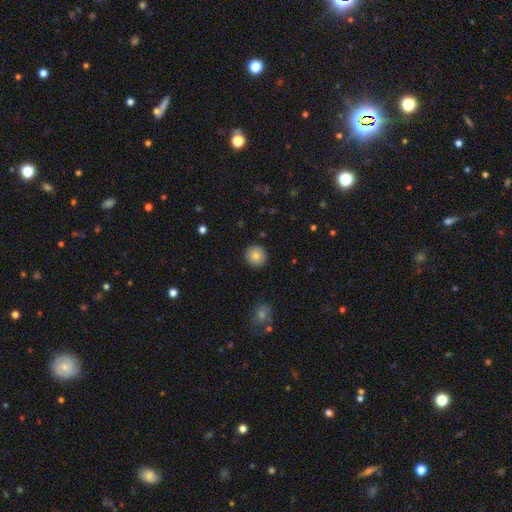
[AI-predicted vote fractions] This appears to be a smooth galaxy with no disk features (84%) that is round (94%). Merging: none (91%).